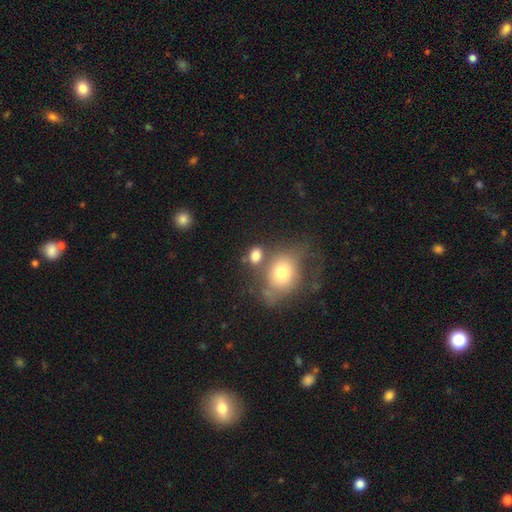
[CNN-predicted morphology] Smooth or featured? smooth (78%)
How rounded? in between (55%)
Merging? none (51%)